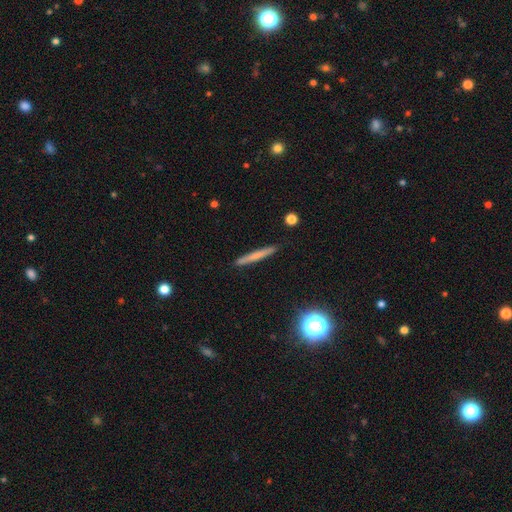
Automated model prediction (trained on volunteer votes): The model was most divided on "smooth or featured": smooth: 57%, featured or disk: 35%, star or artifact: 8%. More confident: how rounded — cigar-shaped (96%); merging — none (91%).